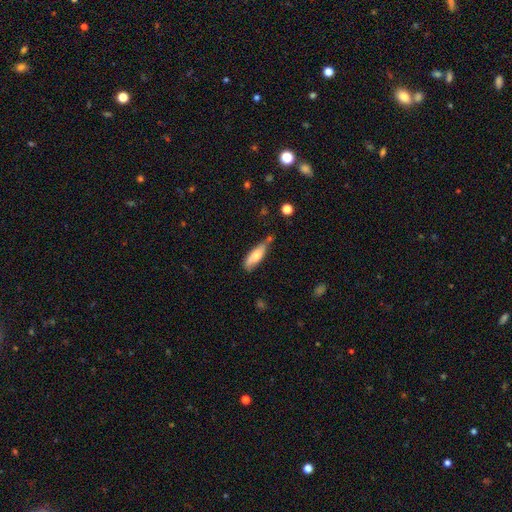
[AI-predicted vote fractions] Smooth or featured? Predicted: smooth (p=0.70). How rounded? Predicted: in between (p=0.57). Merging? Predicted: none (p=0.56).